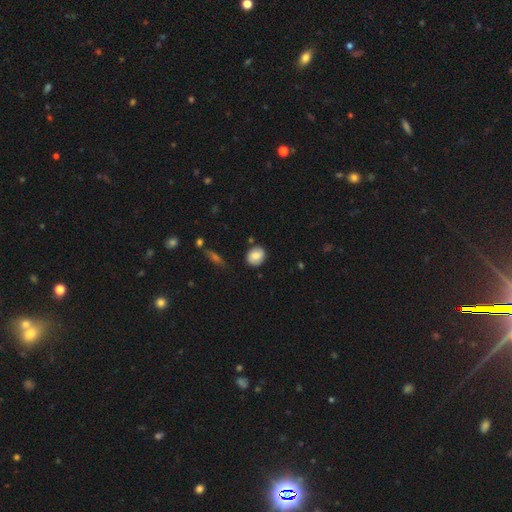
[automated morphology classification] This appears to be a smooth galaxy with no disk features (78%) that is round (61%). Merging: none (82%).